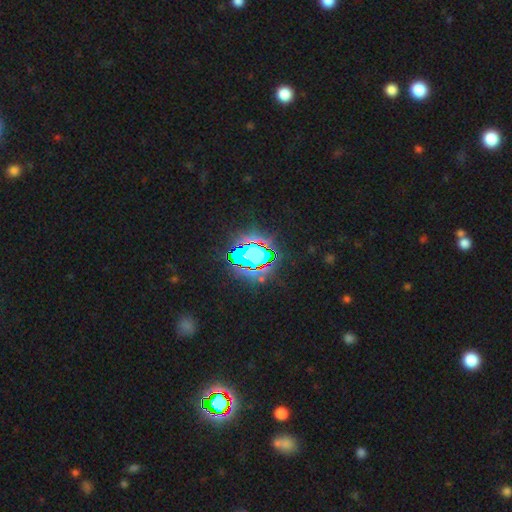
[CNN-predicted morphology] Smooth or featured? Predicted: star or artifact (p=0.83).